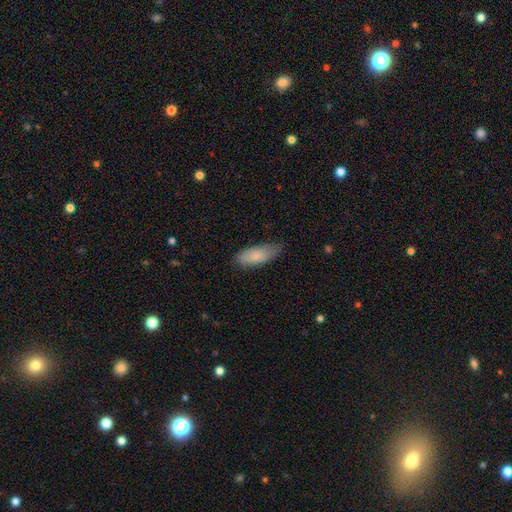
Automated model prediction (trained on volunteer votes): Smooth or featured? smooth (80%)
How rounded? in between (80%)
Merging? none (67%)